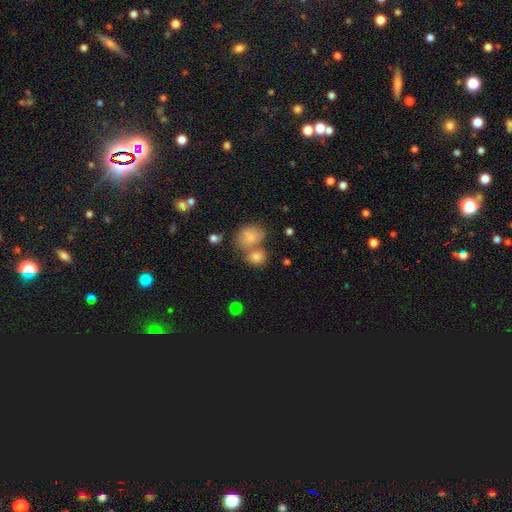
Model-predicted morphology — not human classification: smooth 60%, star or artifact 22%, featured or disk 18%. Down the decision tree: how rounded — round (67%); merging — none (52%).